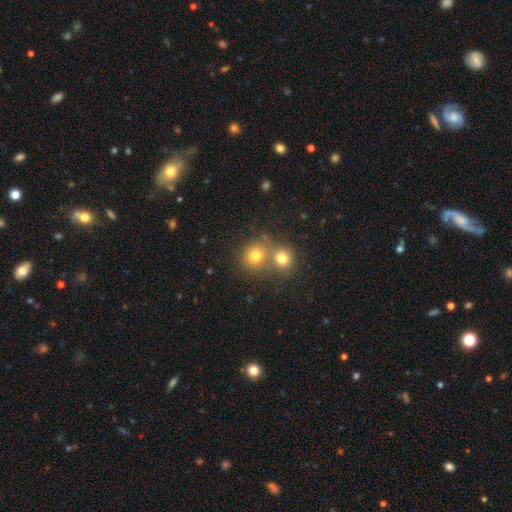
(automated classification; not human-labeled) Morphology: type=smooth (76%); roundness=round (82%); merging=none (47%).